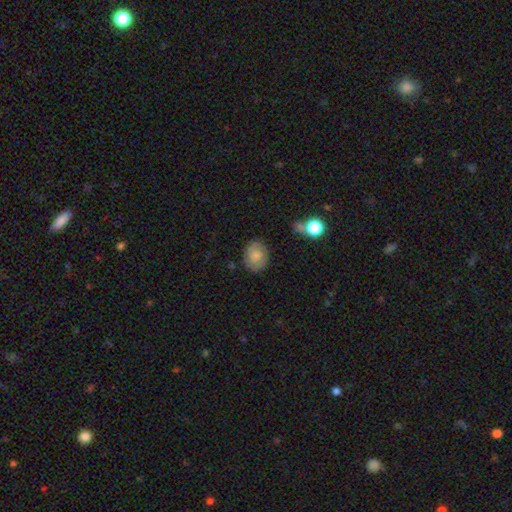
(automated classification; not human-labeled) Overall: smooth (75%). How rounded: in between (55%; round 44%). Merging: none (80%).